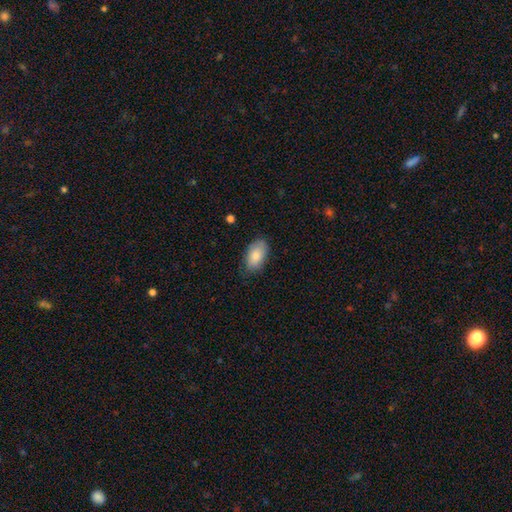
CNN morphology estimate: smooth 85%, featured or disk 9%, star or artifact 6%. Down the decision tree: how rounded — in between (94%); merging — none (77%).